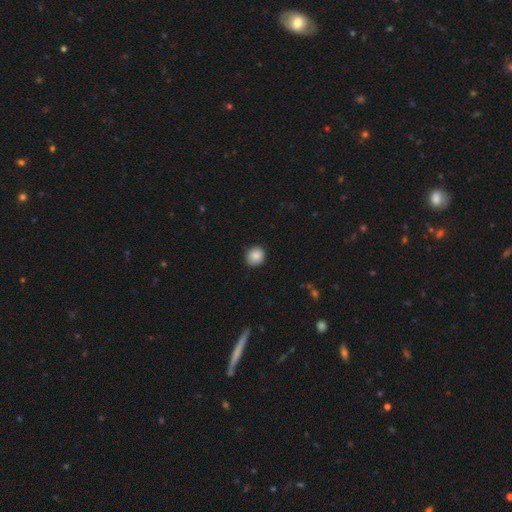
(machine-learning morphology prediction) type=smooth (88%); roundness=round (83%); merging=none (88%).